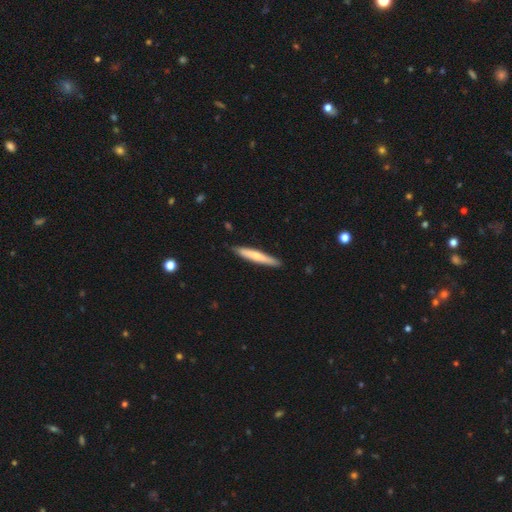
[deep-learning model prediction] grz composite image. It shows a smooth galaxy with no disk features (61%) that is cigar-shaped (93%). Merging: none (88%).